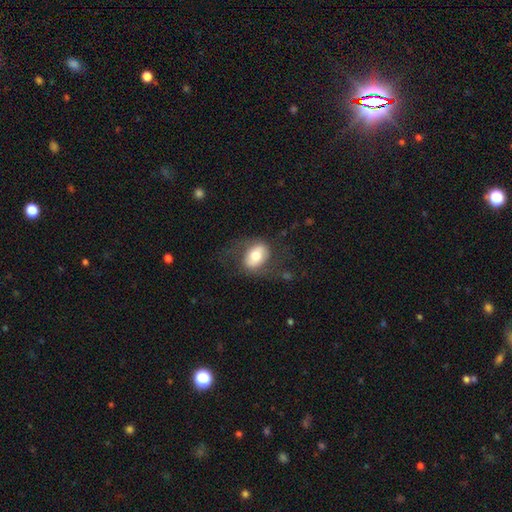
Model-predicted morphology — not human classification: Smooth or featured?
  - smooth: 63% *
  - featured or disk: 30%
  - star or artifact: 7%
How rounded?
  - in between: 80% *
  - round: 18%
  - cigar-shaped: 2%
Merging?
  - none: 60% *
  - minor disturbance: 20%
  - major disturbance: 18%
  - merger: 2%